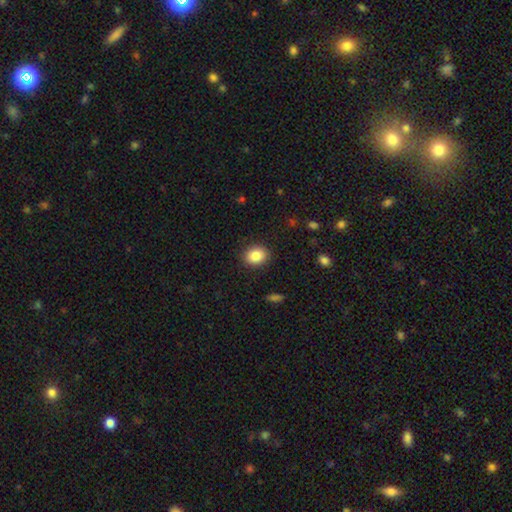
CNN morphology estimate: Q: Smooth or featured?
A: smooth (86%); runner-up: star or artifact (8%)
Q: How rounded?
A: in between (50%); runner-up: round (49%)
Q: Merging?
A: none (89%); runner-up: minor disturbance (8%)